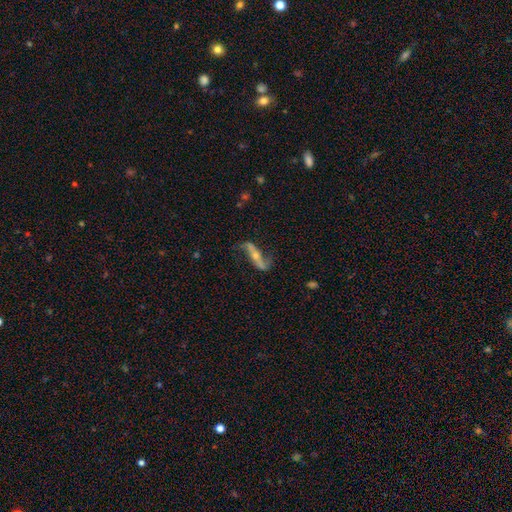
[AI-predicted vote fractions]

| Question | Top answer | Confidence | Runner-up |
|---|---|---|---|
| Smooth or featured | featured or disk | 80% | smooth (13%) |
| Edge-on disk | no | 76% | yes (24%) |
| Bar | strong | 44% | no (33%) |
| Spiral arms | yes | 91% | no (9%) |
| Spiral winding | loose | 85% | medium (11%) |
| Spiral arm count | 2 | 91% | 1 (3%) |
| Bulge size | small | 51% | moderate (40%) |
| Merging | none | 68% | minor disturbance (18%) |